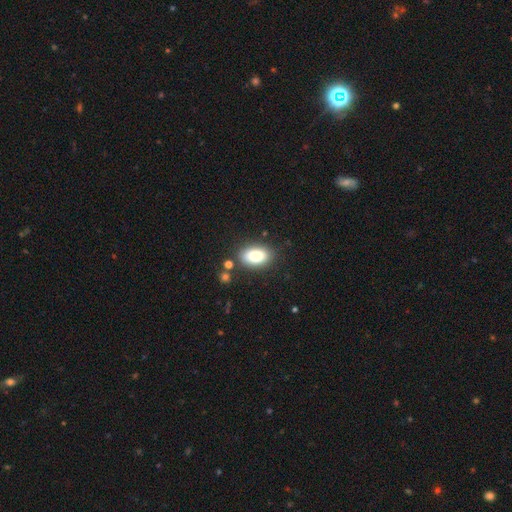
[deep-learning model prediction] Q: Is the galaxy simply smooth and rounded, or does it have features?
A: smooth — 81%.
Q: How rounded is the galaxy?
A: in between — 90%.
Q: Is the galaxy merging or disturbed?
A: none — 82%.